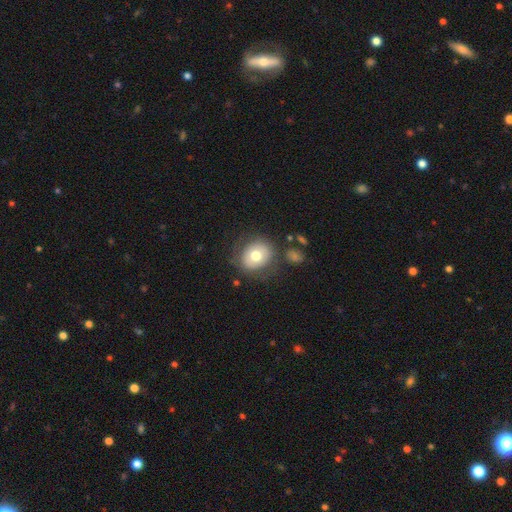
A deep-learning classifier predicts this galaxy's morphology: Smooth or featured: smooth — 70% (featured or disk — 22%)
How rounded: round — 63% (in between — 36%)
Merging: none — 76% (minor disturbance — 14%)